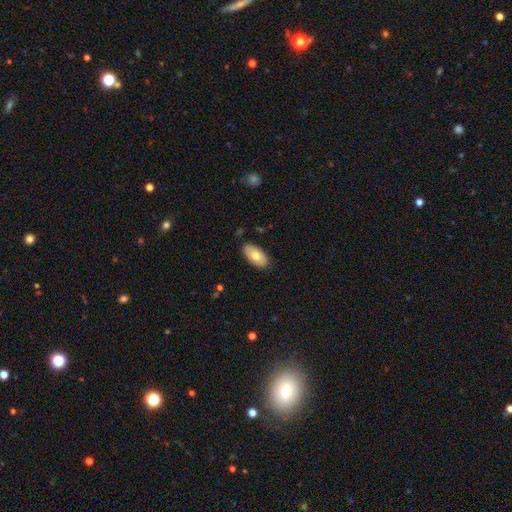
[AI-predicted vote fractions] This is likely a smooth galaxy (69%). How rounded: clearly in between (94%). Merging: clearly none (85%).